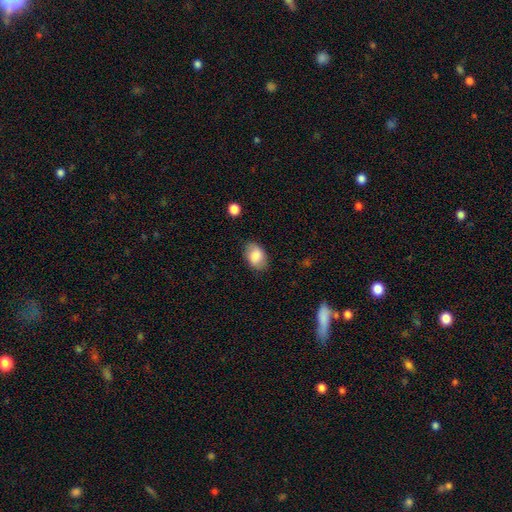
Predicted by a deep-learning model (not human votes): Smooth or featured? smooth (84%)
How rounded? in between (85%)
Merging? none (79%)